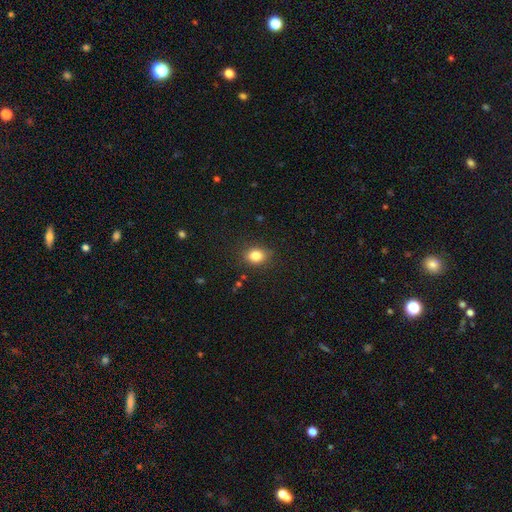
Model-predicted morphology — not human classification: Smooth or featured?
  - smooth: 84% *
  - star or artifact: 11%
  - featured or disk: 6%
How rounded?
  - round: 57% *
  - in between: 42%
  - cigar-shaped: 1%
Merging?
  - none: 85% *
  - minor disturbance: 11%
  - major disturbance: 3%
  - merger: 1%